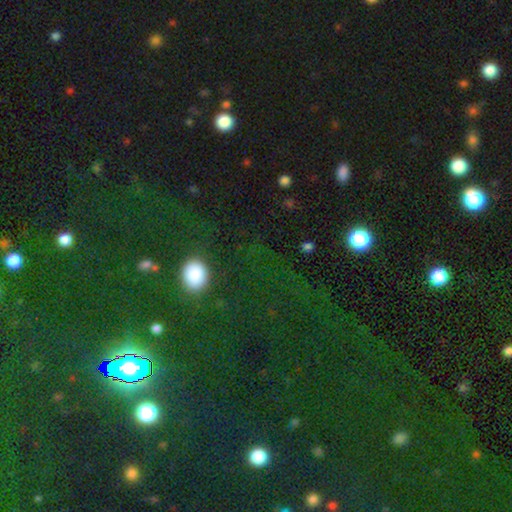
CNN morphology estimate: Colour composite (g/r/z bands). It shows a star or artifact, not a galaxy (51%).